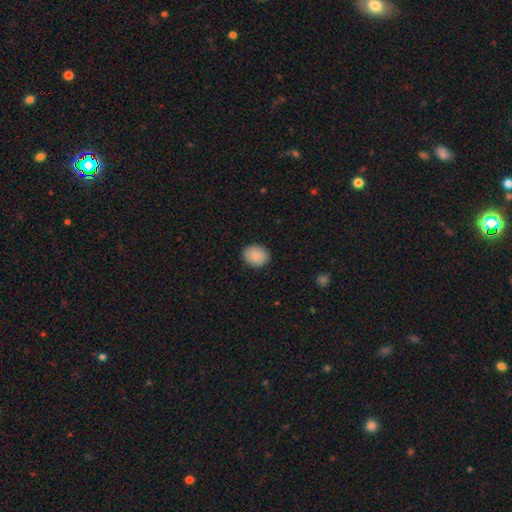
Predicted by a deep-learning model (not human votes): smooth 88%, star or artifact 7%, featured or disk 4%. Down the decision tree: how rounded — round (61%); merging — none (89%).